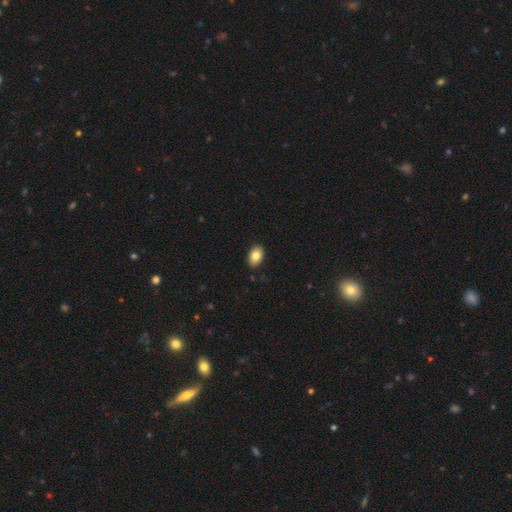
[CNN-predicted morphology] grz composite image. It shows a smooth galaxy with no disk features (82%) that is in between round and cigar-shaped (88%). Merging: none (88%).